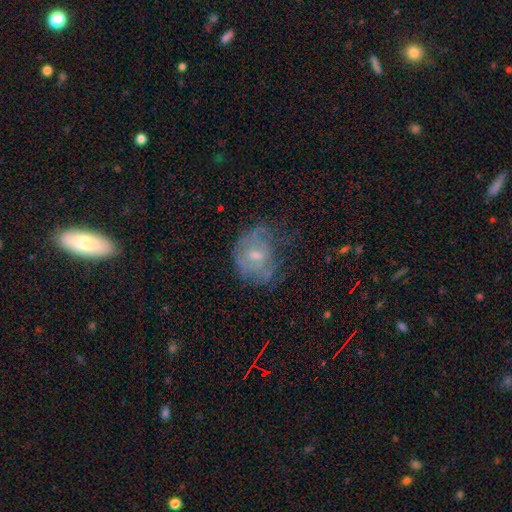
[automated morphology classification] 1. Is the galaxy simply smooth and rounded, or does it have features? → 50% featured or disk, 38% smooth, 12% star or artifact.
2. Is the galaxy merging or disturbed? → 41% none, 28% major disturbance, 28% minor disturbance, 2% merger.